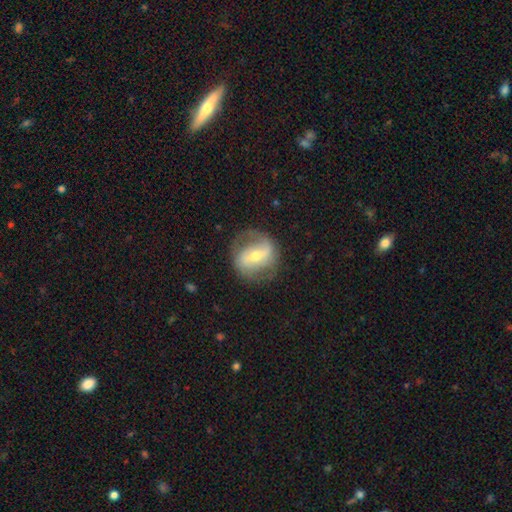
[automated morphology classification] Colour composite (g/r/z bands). It shows a featured or disk galaxy (77%) with a strong bar (46%), 2 (80%) medium (42%) spiral arms (85%) and a moderate central bulge (51%). Merging: none (70%).